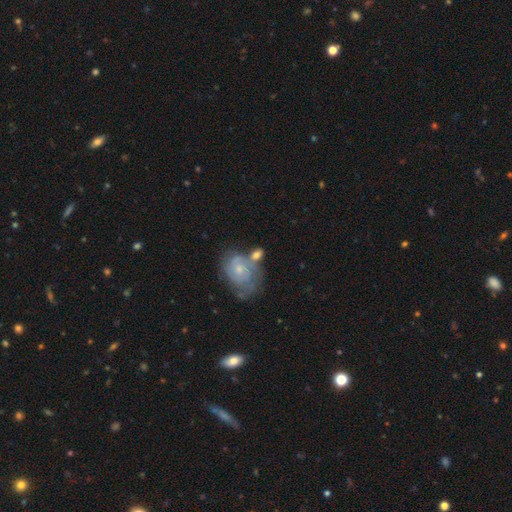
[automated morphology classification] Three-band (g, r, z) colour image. It shows a featured or disk galaxy (61%) with no bar (79%), spiral arms (79%) and a small central bulge (65%). Merging: none (40%).